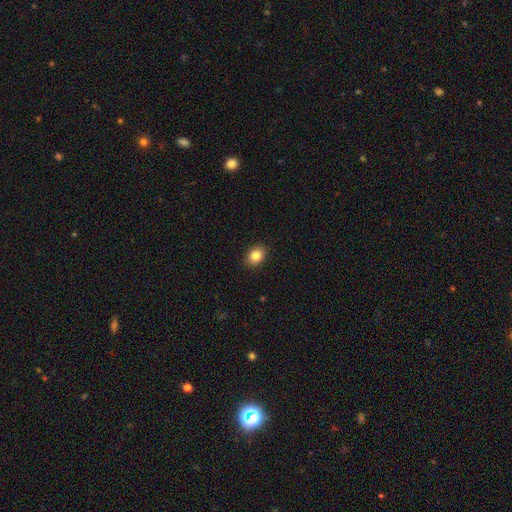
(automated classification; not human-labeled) A smooth galaxy with no disk features (84%) that is in between round and cigar-shaped (61%). Merging: none (91%).